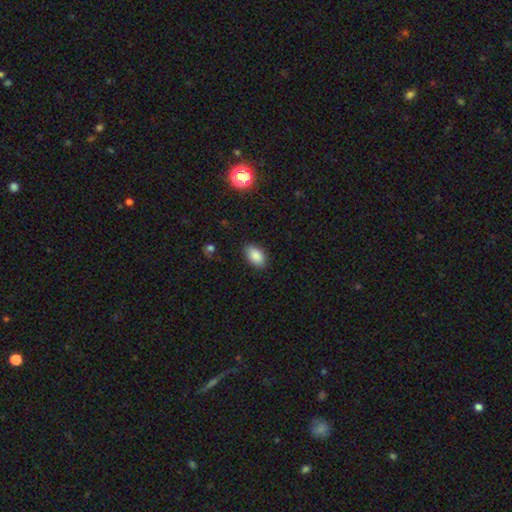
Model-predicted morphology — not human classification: smooth-or-featured: smooth: 87% | star or artifact: 8% | featured or disk: 4%
  how-rounded: in between: 92% | round: 6% | cigar-shaped: 2%
  merging: none: 86% | minor disturbance: 10% | major disturbance: 2% | merger: 1%